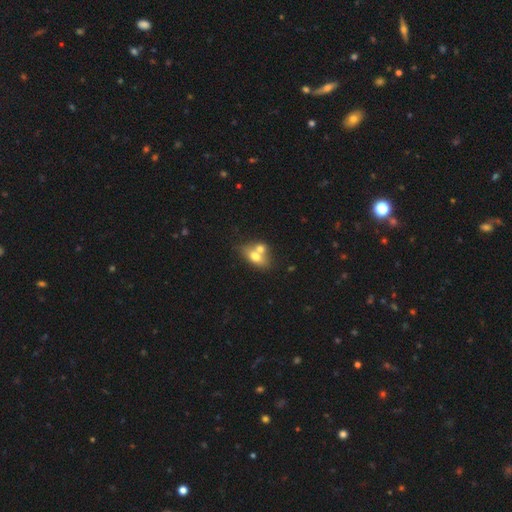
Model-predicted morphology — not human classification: smooth_or_featured: smooth (p=0.66) [alt: featured or disk p=0.25]
how_rounded: in between (p=0.74) [alt: round p=0.22]
merging: merger (p=0.55) [alt: none p=0.31]